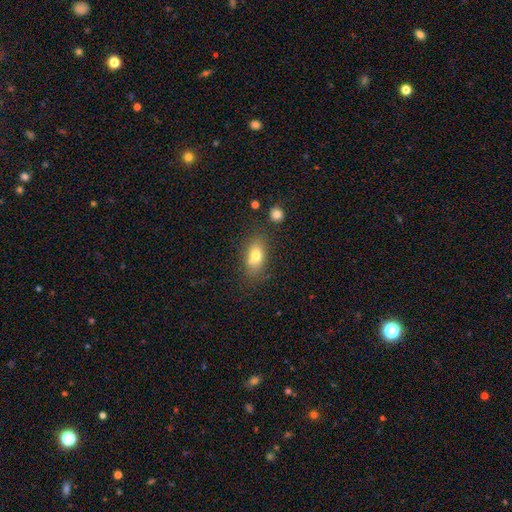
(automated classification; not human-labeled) Smooth or featured? Predicted: smooth (p=0.75). How rounded? Predicted: in between (p=0.82). Merging? Predicted: none (p=0.70).